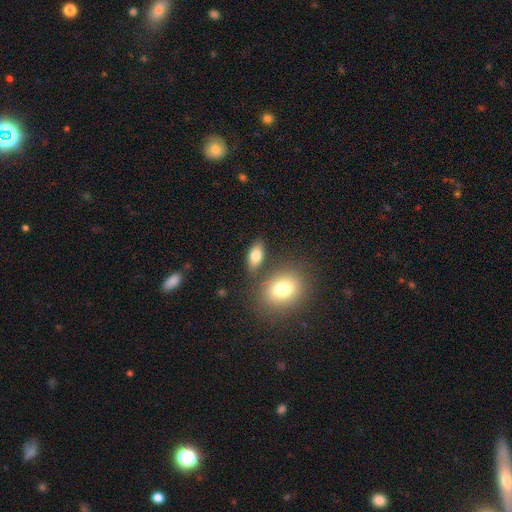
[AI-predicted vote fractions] smooth_or_featured: smooth (p=0.78) [alt: featured or disk p=0.13]
how_rounded: in between (p=0.85) [alt: round p=0.09]
merging: none (p=0.74) [alt: minor disturbance p=0.11]